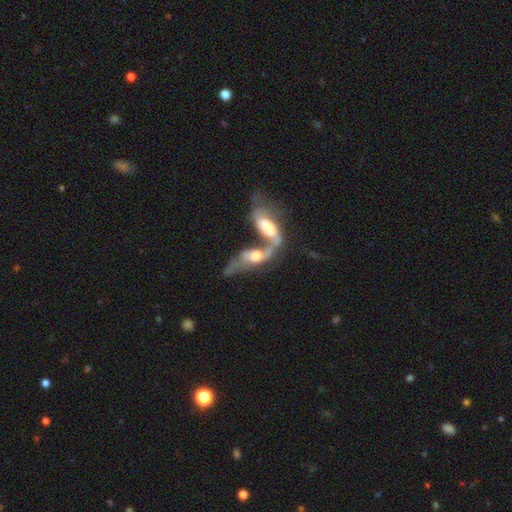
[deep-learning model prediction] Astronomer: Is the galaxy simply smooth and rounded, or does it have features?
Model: featured or disk — 62%.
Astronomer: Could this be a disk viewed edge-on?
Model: no — 80%.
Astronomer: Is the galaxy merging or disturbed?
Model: merger — 76%.